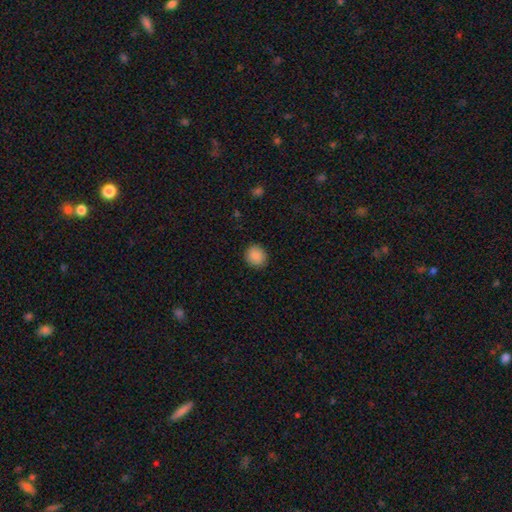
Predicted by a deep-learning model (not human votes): A smooth galaxy with no disk features (88%) that is round (83%). Merging: none (89%).